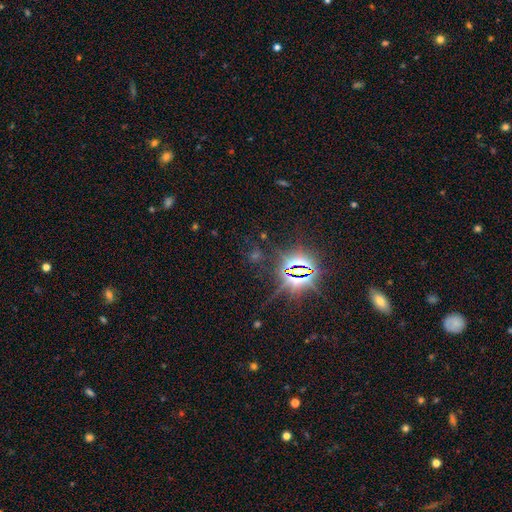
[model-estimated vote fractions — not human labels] star or artifact 80%, smooth 11%, featured or disk 8%.